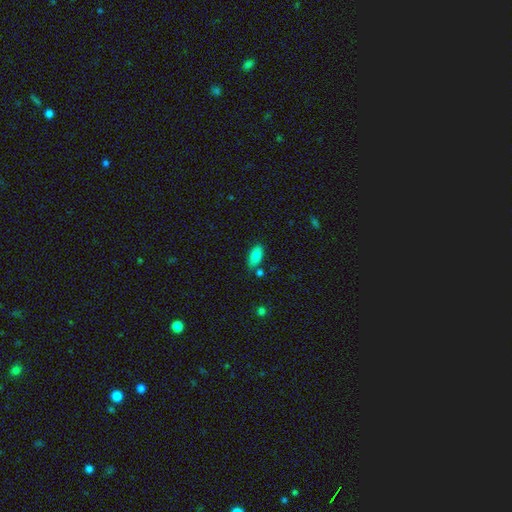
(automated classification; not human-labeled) A smooth galaxy with no disk features (86%) that is in between round and cigar-shaped (90%).

Vote fractions:
- Smooth or featured? smooth: 86% / star or artifact: 8% / featured or disk: 5%
- How rounded? in between: 90% / cigar-shaped: 8% / round: 2%
- Merging? none: 73% / minor disturbance: 16% / merger: 8% / major disturbance: 4%